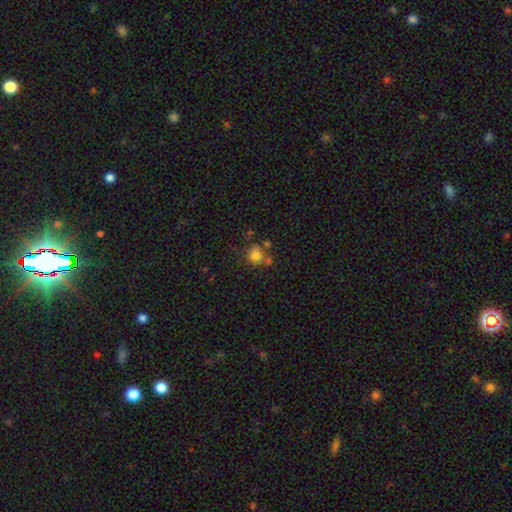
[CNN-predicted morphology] The model was most divided on "merging": none: 58%, merger: 21%, minor disturbance: 15%, major disturbance: 6%. More confident: how rounded — round (84%); smooth or featured — smooth (76%).